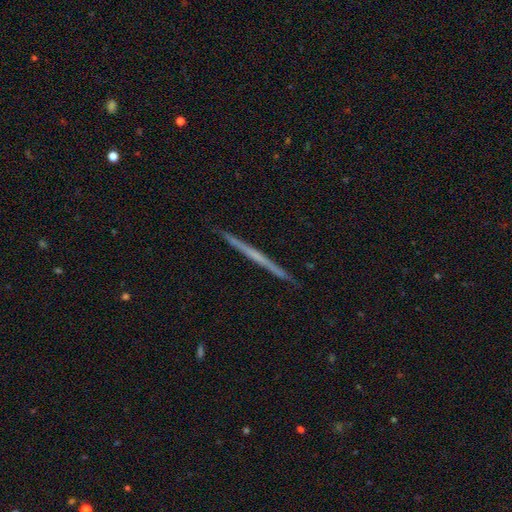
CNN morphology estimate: smooth_or_featured: featured or disk (p=0.60) [alt: smooth p=0.34]
disk_edge_on: yes (p=0.98) [alt: no p=0.02]
edge_on_bulge: none (p=0.87) [alt: rounded p=0.10]
merging: none (p=0.92) [alt: minor disturbance p=0.05]